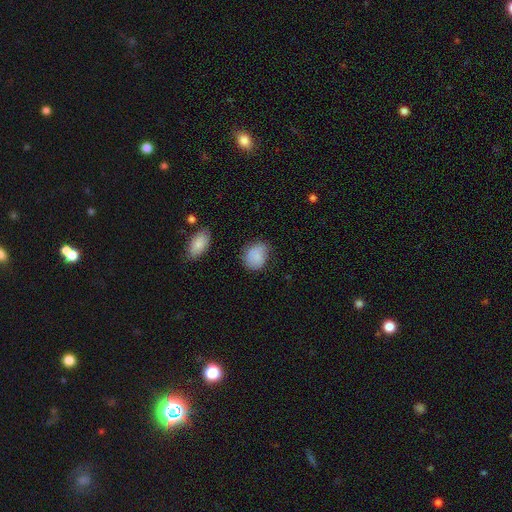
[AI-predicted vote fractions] Smooth or featured: smooth — 83% (featured or disk — 9%)
How rounded: round — 51% (in between — 48%)
Merging: none — 62% (minor disturbance — 28%)